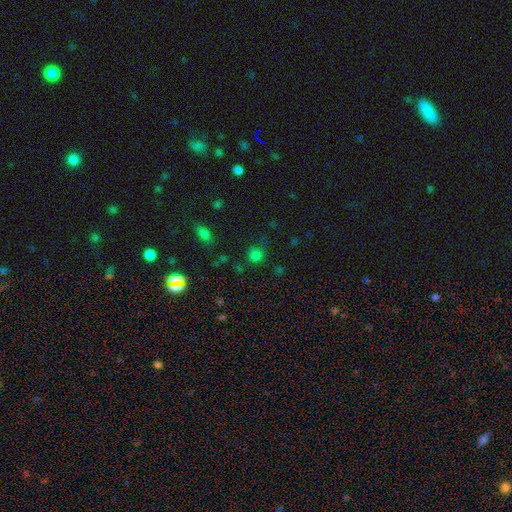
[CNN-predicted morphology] Smooth or featured? smooth (73%)
How rounded? round (88%)
Merging? none (77%)